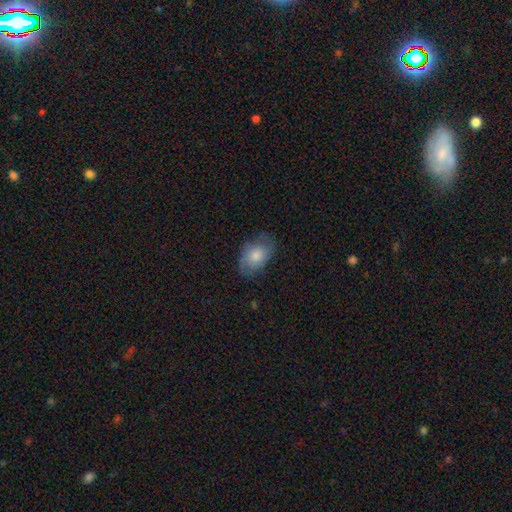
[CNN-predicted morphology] type=smooth (74%); roundness=in between (84%); merging=none (64%).